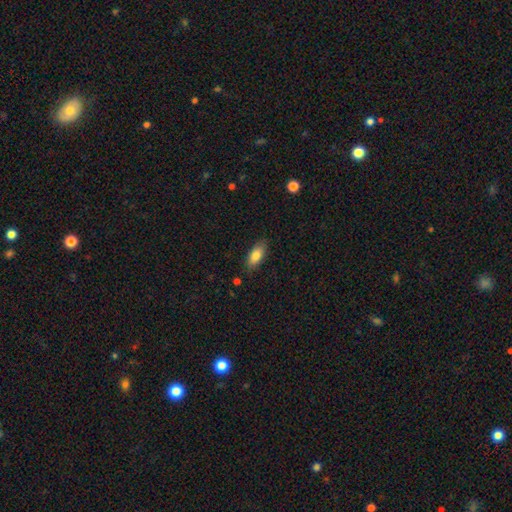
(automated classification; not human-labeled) Smooth or featured? Predicted: smooth (p=0.81). How rounded? Predicted: in between (p=0.83). Merging? Predicted: none (p=0.84).